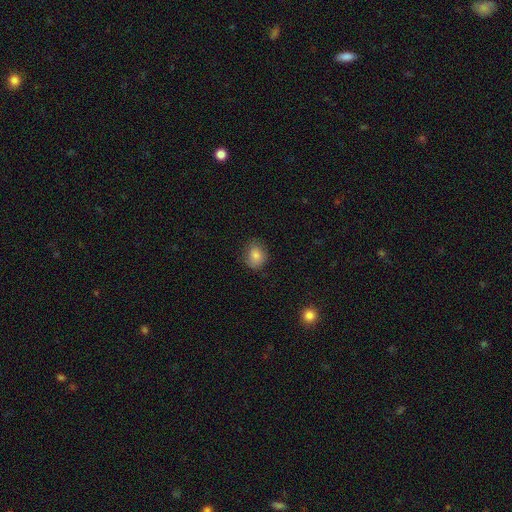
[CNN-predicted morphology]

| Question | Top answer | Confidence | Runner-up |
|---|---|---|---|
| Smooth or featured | smooth | 83% | star or artifact (9%) |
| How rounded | round | 61% | in between (38%) |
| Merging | none | 79% | minor disturbance (16%) |